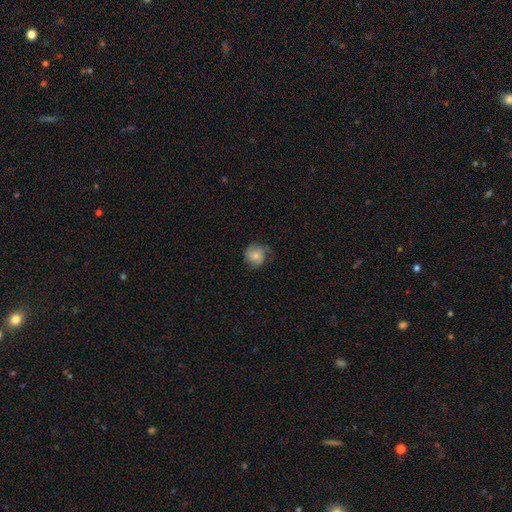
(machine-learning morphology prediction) Smooth or featured? smooth (72%)
How rounded? round (85%)
Merging? none (67%)